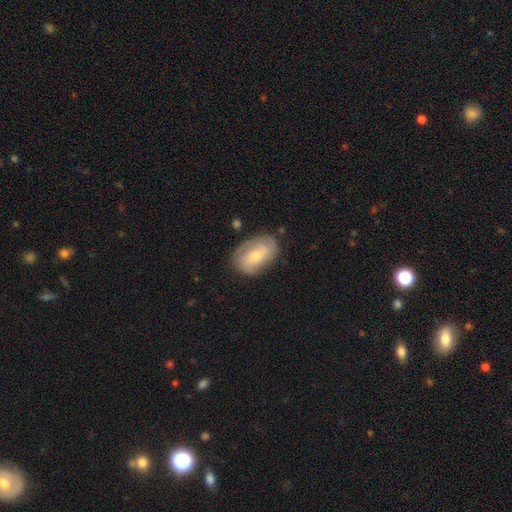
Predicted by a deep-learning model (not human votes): Morphology: type=featured or disk (55%); edge-on=no (95%); bar=no (57%); spiral arms=yes (76%); bulge=moderate (51%); merging=none (74%).